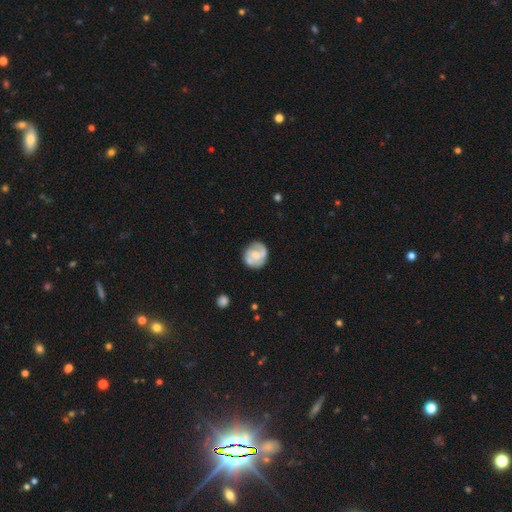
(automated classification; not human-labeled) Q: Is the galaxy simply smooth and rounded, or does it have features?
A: featured or disk — 62%.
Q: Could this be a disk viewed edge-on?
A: no — 98%.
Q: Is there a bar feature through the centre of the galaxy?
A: no — 56%.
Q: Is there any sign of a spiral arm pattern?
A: yes — 83%.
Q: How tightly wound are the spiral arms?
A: medium — 44%.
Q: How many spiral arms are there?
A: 2 — 59%.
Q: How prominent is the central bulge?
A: small — 41%.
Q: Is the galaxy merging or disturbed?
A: none — 68%.